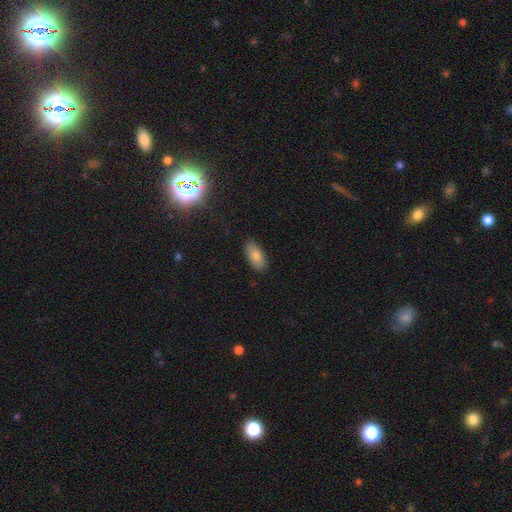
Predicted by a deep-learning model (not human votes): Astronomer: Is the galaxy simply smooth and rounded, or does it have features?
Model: smooth — 80%.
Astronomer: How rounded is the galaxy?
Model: in between — 88%.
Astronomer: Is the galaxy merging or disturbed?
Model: none — 87%.